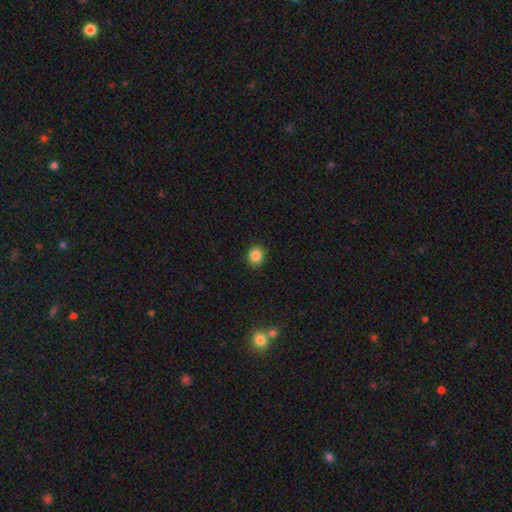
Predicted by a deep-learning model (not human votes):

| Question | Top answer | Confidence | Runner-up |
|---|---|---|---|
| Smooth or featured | smooth | 86% | star or artifact (10%) |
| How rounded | round | 78% | in between (21%) |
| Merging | none | 91% | minor disturbance (6%) |